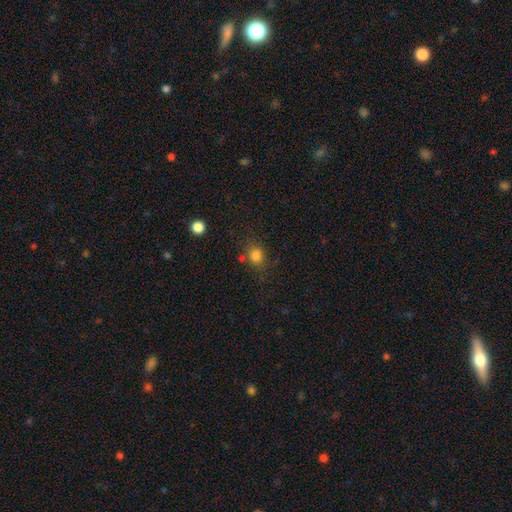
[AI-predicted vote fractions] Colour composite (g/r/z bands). It shows a smooth galaxy with no disk features (81%) that is round (69%). Merging: none (70%).